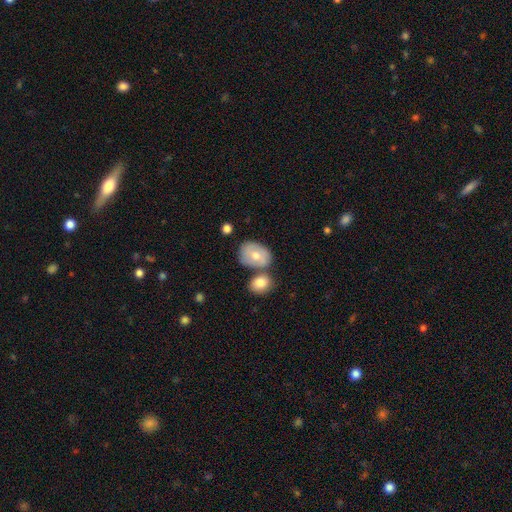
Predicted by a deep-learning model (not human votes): Smooth or featured: smooth — 63% (featured or disk — 30%)
How rounded: in between — 65% (round — 34%)
Merging: none — 43% (merger — 34%)